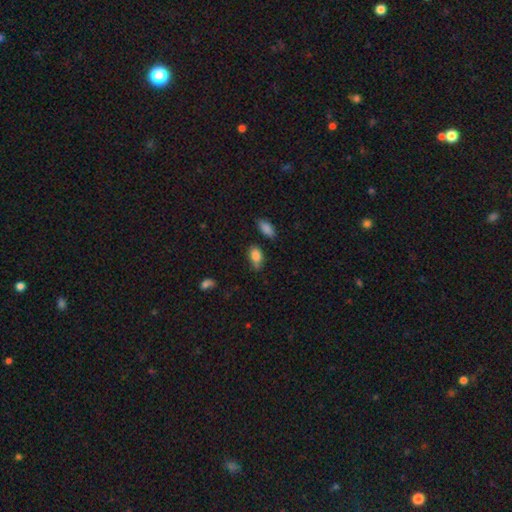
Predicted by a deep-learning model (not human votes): Morphology: type=smooth (84%); roundness=in between (88%); merging=none (55%).